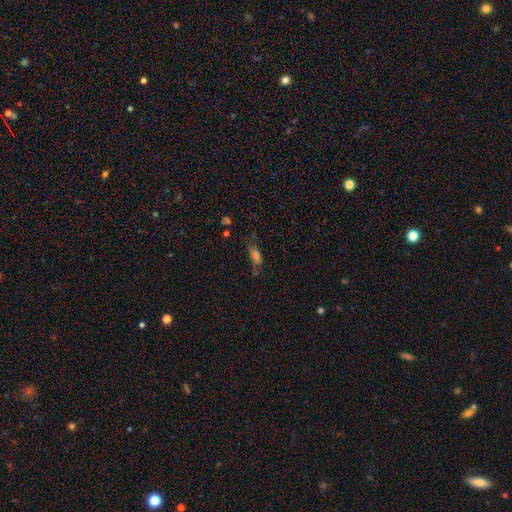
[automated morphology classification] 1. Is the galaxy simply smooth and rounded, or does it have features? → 51% smooth, 26% star or artifact, 23% featured or disk.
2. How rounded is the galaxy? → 53% in between, 42% cigar-shaped, 5% round.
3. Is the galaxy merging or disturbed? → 56% none, 23% minor disturbance, 15% major disturbance, 6% merger.